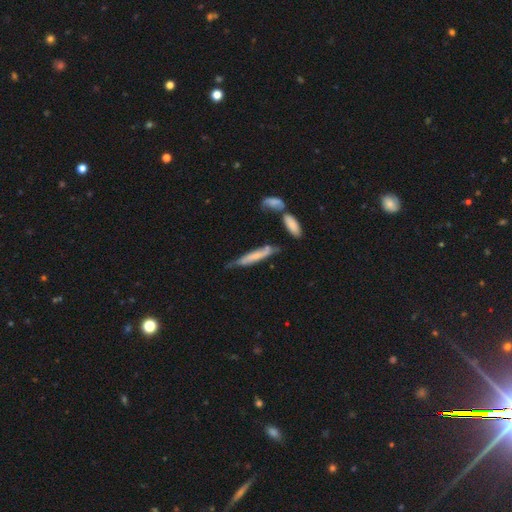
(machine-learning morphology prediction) smooth_or_featured: smooth (p=0.53) [alt: featured or disk p=0.40]
how_rounded: cigar-shaped (p=0.87) [alt: in between p=0.11]
merging: none (p=0.52) [alt: minor disturbance p=0.29]